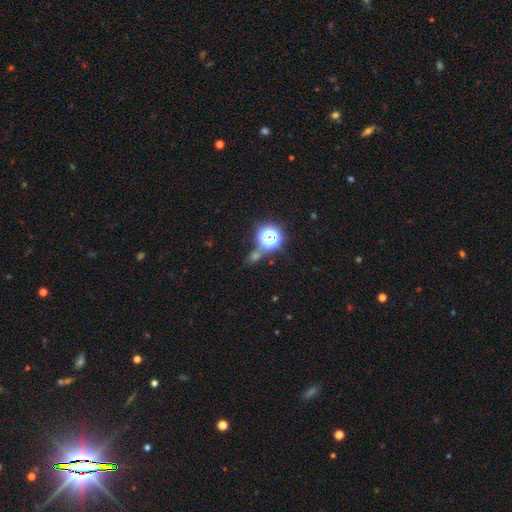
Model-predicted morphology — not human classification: This appears to be a star or artifact, not a galaxy (59%).